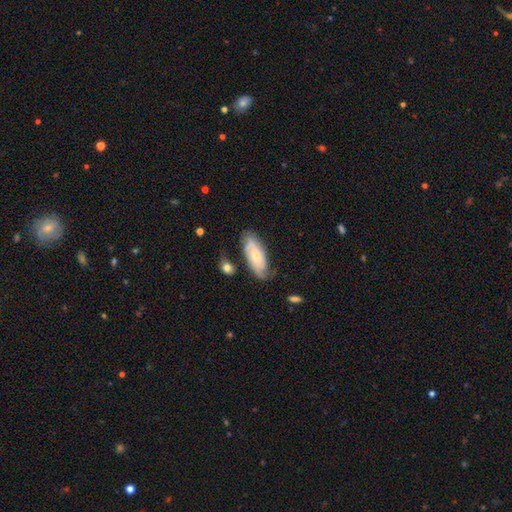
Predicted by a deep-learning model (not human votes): Smooth or featured?
  - featured or disk: 59% *
  - smooth: 35%
  - star or artifact: 6%
Edge-on disk?
  - no: 89% *
  - yes: 11%
Bar?
  - no: 74% *
  - weak: 21%
  - strong: 5%
Spiral arms?
  - yes: 86% *
  - no: 14%
Bulge size?
  - small: 68% *
  - moderate: 26%
  - none: 3%
  - large: 2%
  - dominant: 1%
Merging?
  - none: 65% *
  - minor disturbance: 23%
  - major disturbance: 8%
  - merger: 5%